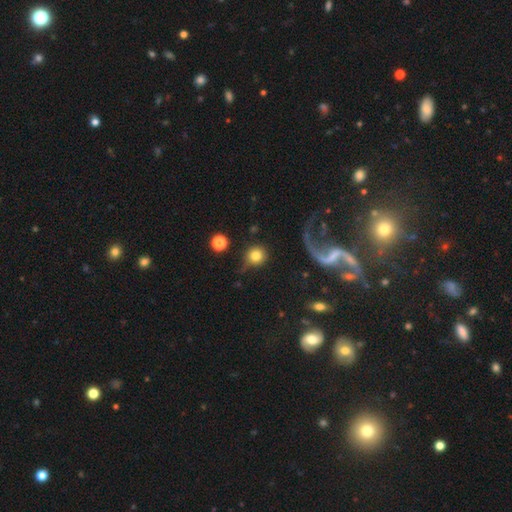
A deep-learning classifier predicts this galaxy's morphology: Smooth or featured?
  - smooth: 78% *
  - featured or disk: 13%
  - star or artifact: 9%
How rounded?
  - round: 93% *
  - in between: 6%
  - cigar-shaped: 1%
Merging?
  - none: 71% *
  - minor disturbance: 13%
  - major disturbance: 10%
  - merger: 6%